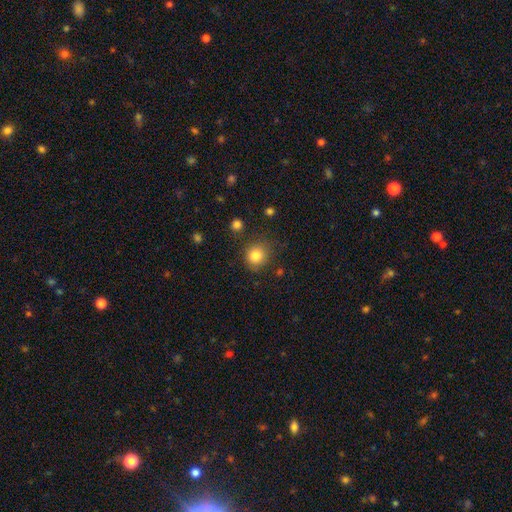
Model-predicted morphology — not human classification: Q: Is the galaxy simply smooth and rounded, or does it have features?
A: smooth — 83%.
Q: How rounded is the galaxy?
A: round — 85%.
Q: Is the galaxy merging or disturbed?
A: none — 82%.